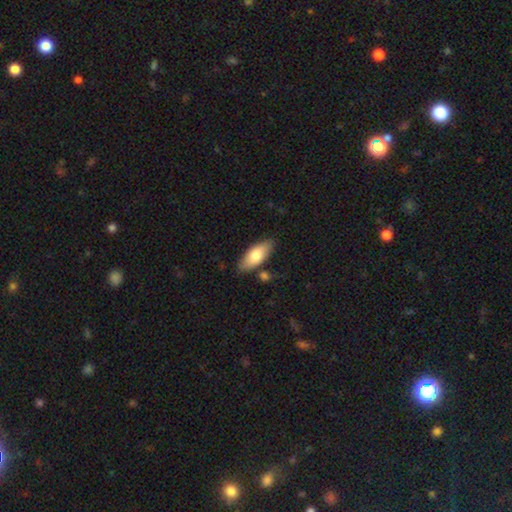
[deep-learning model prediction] Smooth or featured? smooth (75%)
How rounded? in between (83%)
Merging? none (79%)